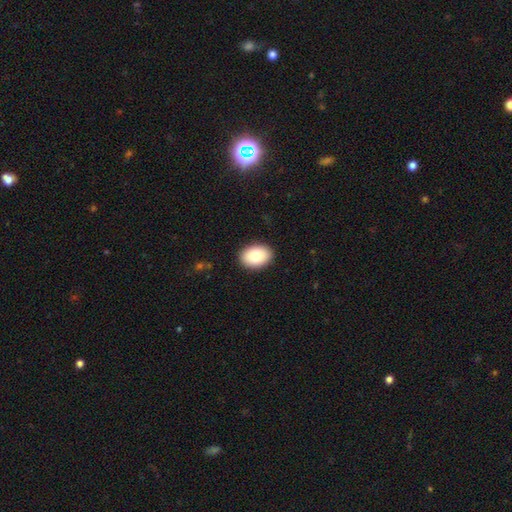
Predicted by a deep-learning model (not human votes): Smooth or featured? smooth (82%)
How rounded? in between (80%)
Merging? none (90%)